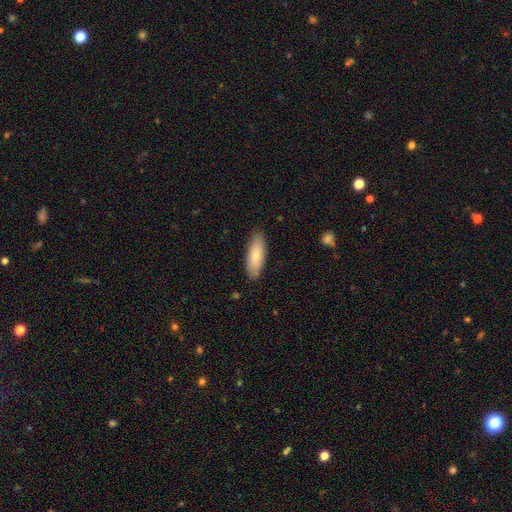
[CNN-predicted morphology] smooth 80%, featured or disk 15%, star or artifact 6%. Down the decision tree: how rounded — in between (63%); merging — none (86%).